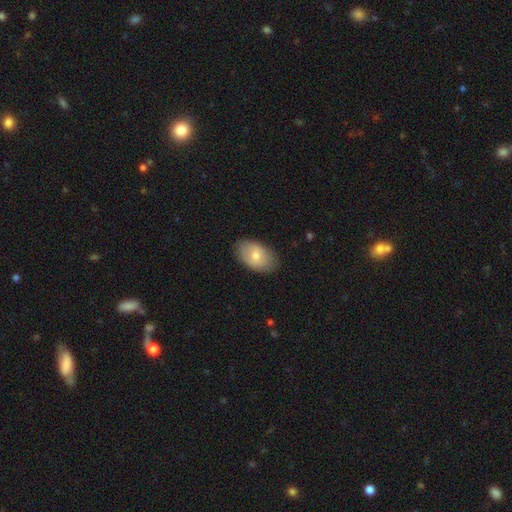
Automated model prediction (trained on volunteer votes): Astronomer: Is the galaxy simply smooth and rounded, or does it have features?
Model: smooth — 72%.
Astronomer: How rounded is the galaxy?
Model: in between — 92%.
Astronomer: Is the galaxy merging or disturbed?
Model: none — 82%.